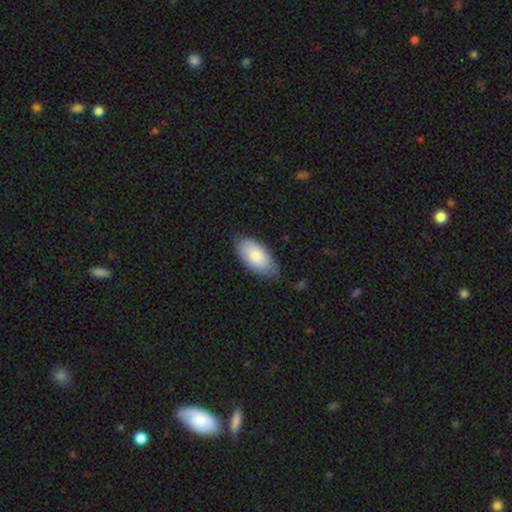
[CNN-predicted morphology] Smooth or featured? smooth (79%)
How rounded? in between (94%)
Merging? none (76%)